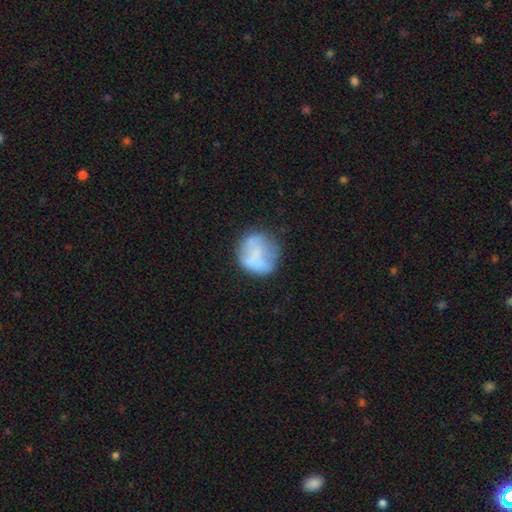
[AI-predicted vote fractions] Smooth or featured: smooth — 59% (featured or disk — 32%)
How rounded: round — 84% (in between — 15%)
Merging: none — 58% (minor disturbance — 24%)